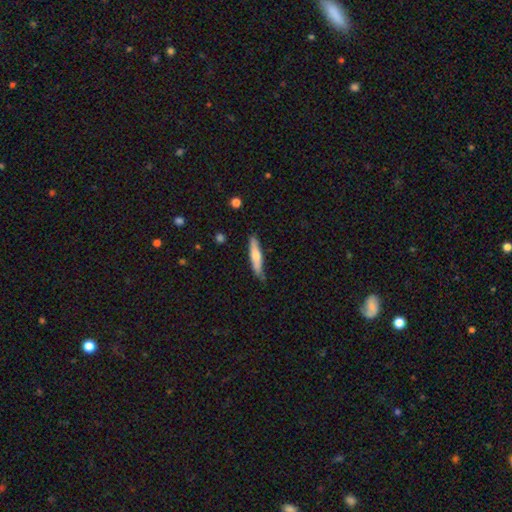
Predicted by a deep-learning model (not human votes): Smooth or featured: smooth — 58% (featured or disk — 36%)
How rounded: cigar-shaped — 86% (in between — 13%)
Merging: none — 78% (minor disturbance — 18%)